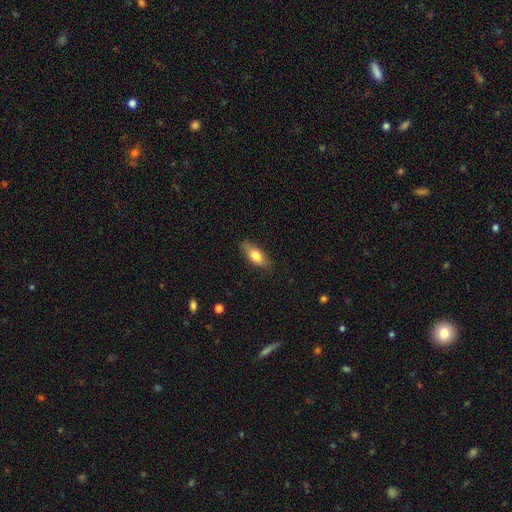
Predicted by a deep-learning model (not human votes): This is likely a smooth galaxy (77%). How rounded: clearly in between (80%). Merging: clearly none (83%).